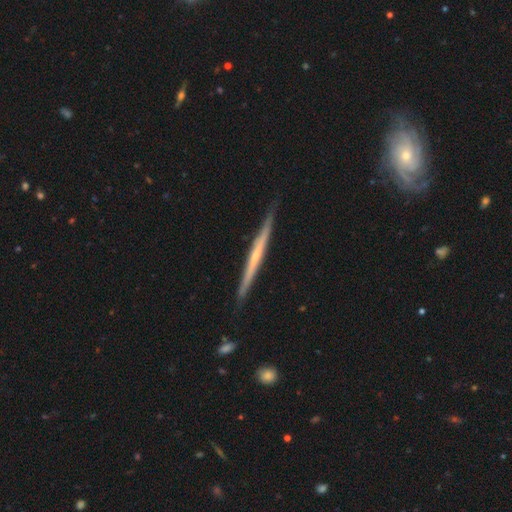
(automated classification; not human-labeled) Smooth or featured? Predicted: featured or disk (p=0.67). Edge-on disk? Predicted: yes (p=0.97). Edge-on bulge? Predicted: none (p=0.66). Merging? Predicted: none (p=0.86).